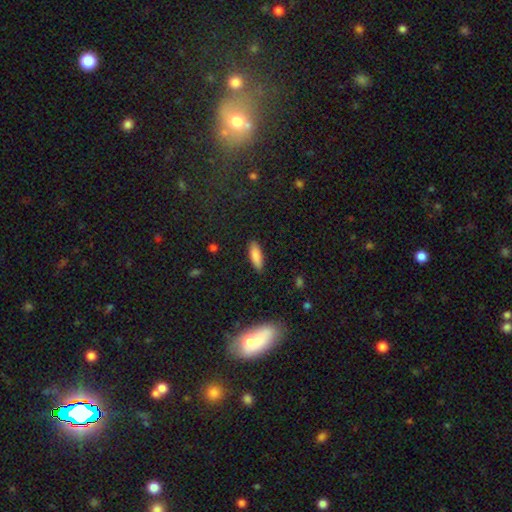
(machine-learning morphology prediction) Smooth or featured: smooth — 86% (featured or disk — 7%)
How rounded: in between — 54% (cigar-shaped — 44%)
Merging: none — 88% (minor disturbance — 9%)